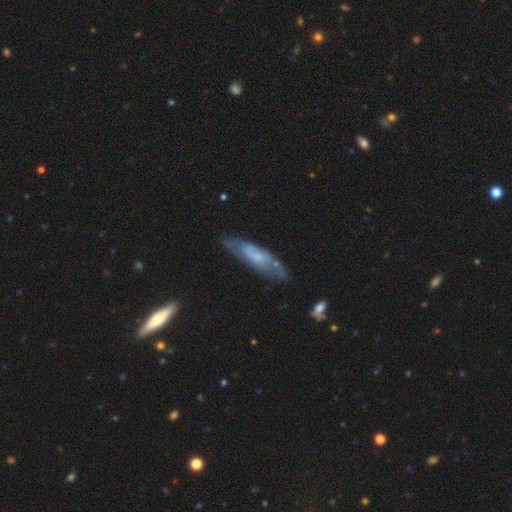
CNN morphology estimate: smooth-or-featured: featured or disk: 55% | smooth: 38% | star or artifact: 7%
  disk-edge-on: no: 66% | yes: 34%
  merging: none: 65% | minor disturbance: 24% | major disturbance: 9% | merger: 3%